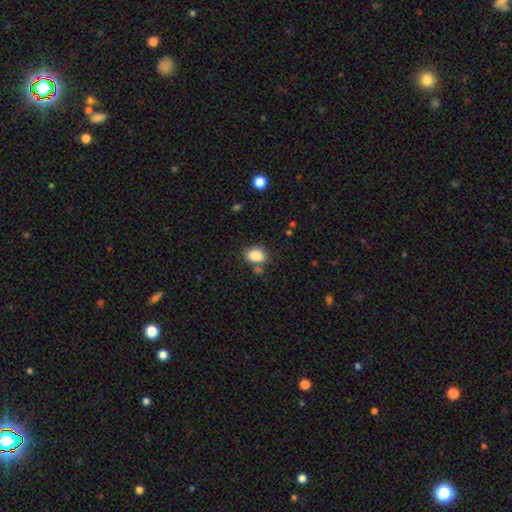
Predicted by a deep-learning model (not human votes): Smooth or featured?
  - smooth: 86% *
  - star or artifact: 9%
  - featured or disk: 5%
How rounded?
  - in between: 78% *
  - round: 21%
  - cigar-shaped: 1%
Merging?
  - none: 69% *
  - minor disturbance: 16%
  - merger: 11%
  - major disturbance: 5%